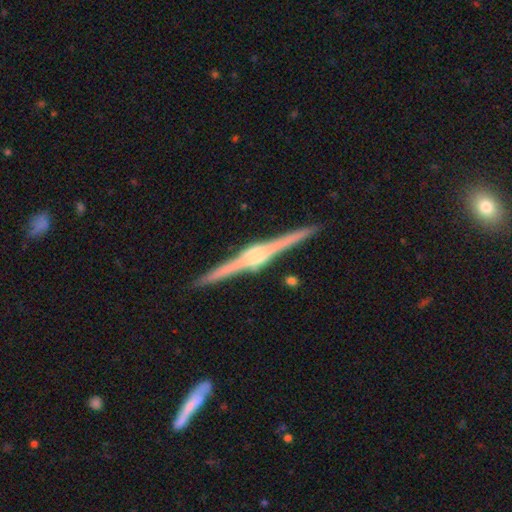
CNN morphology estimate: The model was most divided on "edge-on bulge": rounded: 76%, boxy: 20%, none: 5%. More confident: edge-on disk — yes (99%); merging — none (92%); smooth or featured — featured or disk (89%).